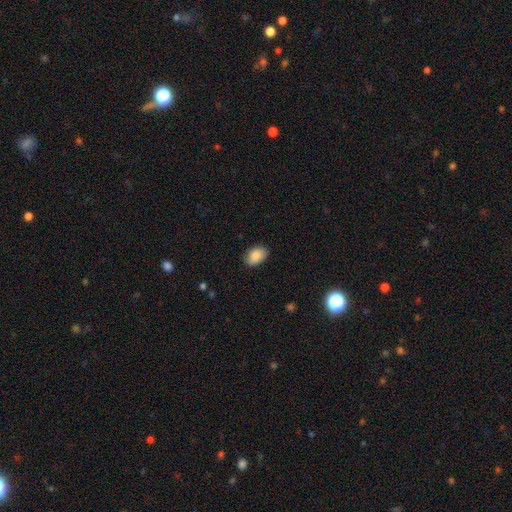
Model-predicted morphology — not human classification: Smooth or featured? Predicted: smooth (p=0.88). How rounded? Predicted: in between (p=0.85). Merging? Predicted: none (p=0.85).